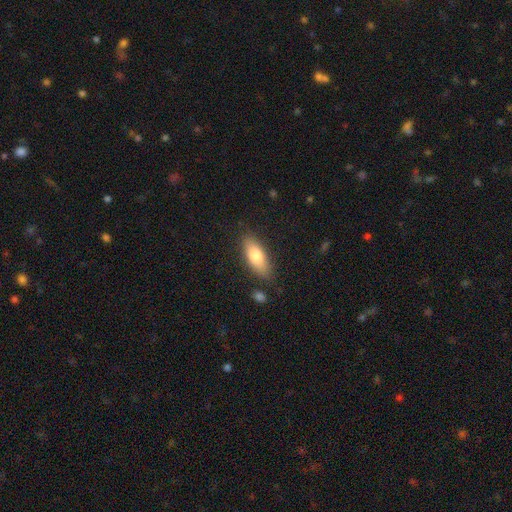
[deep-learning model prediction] Smooth or featured? smooth (77%)
How rounded? in between (74%)
Merging? none (82%)